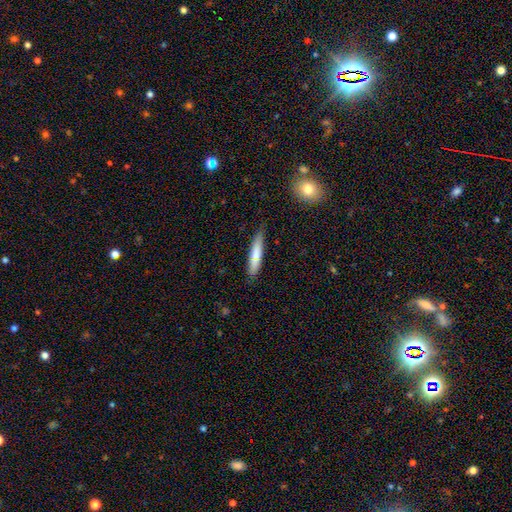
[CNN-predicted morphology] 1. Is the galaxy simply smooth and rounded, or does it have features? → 69% smooth, 25% featured or disk, 6% star or artifact.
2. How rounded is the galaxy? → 86% cigar-shaped, 13% in between, 1% round.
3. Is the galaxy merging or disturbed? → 81% none, 15% minor disturbance, 3% major disturbance, 2% merger.